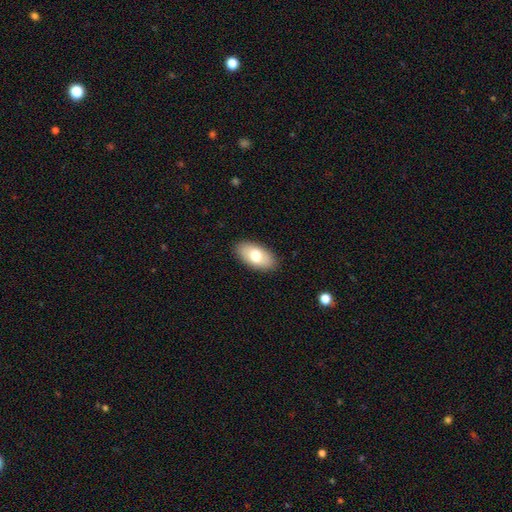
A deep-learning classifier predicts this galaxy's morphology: The model was most divided on "smooth or featured": smooth: 73%, featured or disk: 21%, star or artifact: 6%. More confident: how rounded — in between (94%); merging — none (88%).